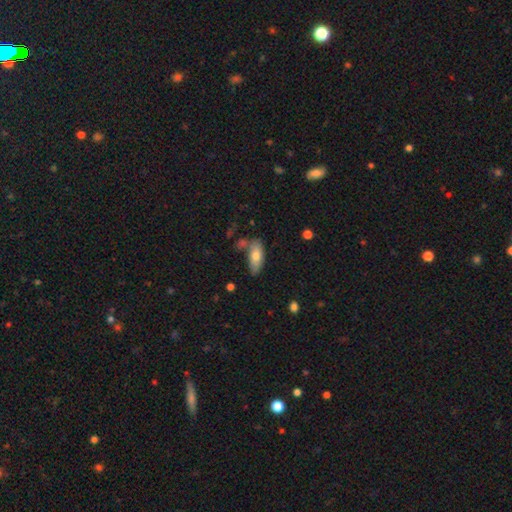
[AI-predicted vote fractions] Morphology: type=smooth (73%); roundness=in between (79%); merging=none (60%).